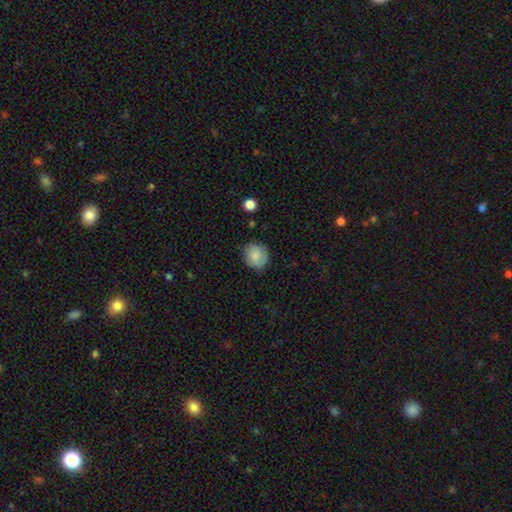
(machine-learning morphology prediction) Smooth or featured? smooth (77%)
How rounded? round (85%)
Merging? none (78%)